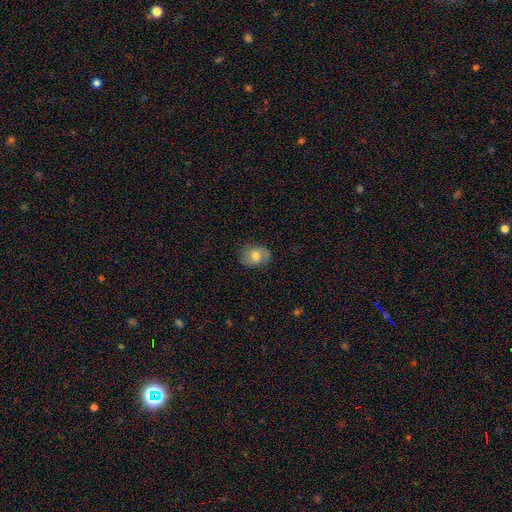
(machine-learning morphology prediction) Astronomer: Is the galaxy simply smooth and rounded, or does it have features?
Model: smooth — 70%.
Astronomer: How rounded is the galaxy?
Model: in between — 60% (runner-up: round, 39%).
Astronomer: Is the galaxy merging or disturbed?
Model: none — 78%.